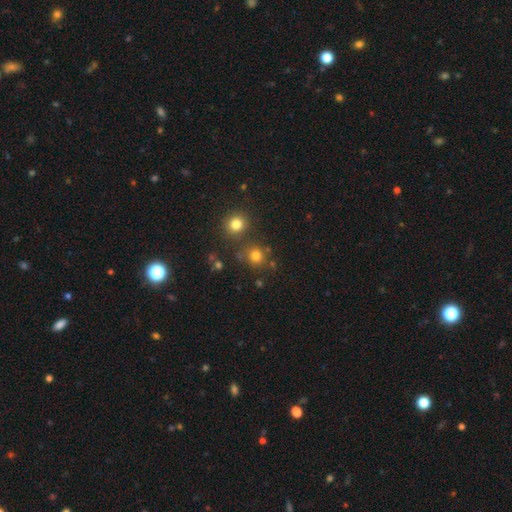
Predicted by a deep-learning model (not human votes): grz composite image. It shows a smooth galaxy with no disk features (77%) that is round (90%). Merging: none (75%).